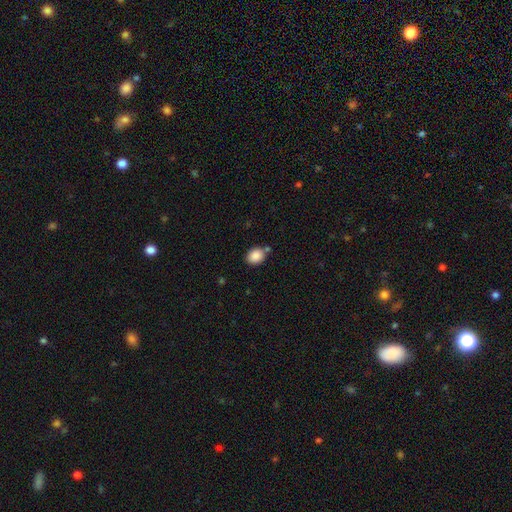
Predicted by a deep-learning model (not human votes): Smooth or featured? smooth (88%)
How rounded? round (51%)
Merging? none (72%)